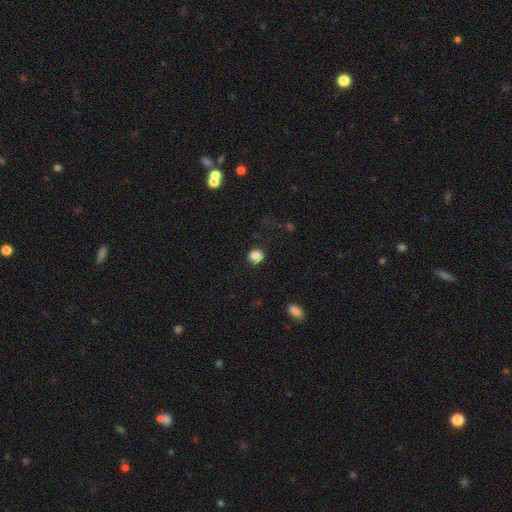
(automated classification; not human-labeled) Smooth or featured?
  - smooth: 85% *
  - star or artifact: 11%
  - featured or disk: 4%
How rounded?
  - round: 85% *
  - in between: 14%
  - cigar-shaped: 1%
Merging?
  - none: 88% *
  - minor disturbance: 8%
  - major disturbance: 3%
  - merger: 1%